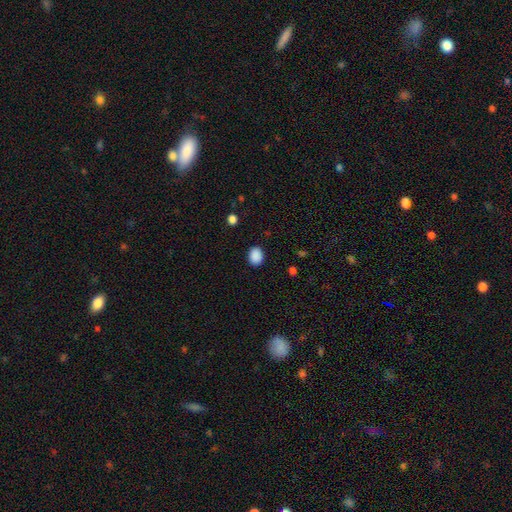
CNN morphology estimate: Smooth or featured? Predicted: smooth (p=0.89). How rounded? Predicted: in between (p=0.60). Merging? Predicted: none (p=0.89).